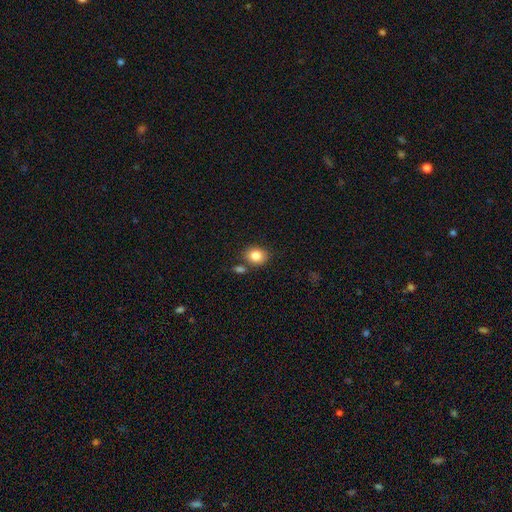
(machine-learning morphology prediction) smooth 84%, star or artifact 9%, featured or disk 7%. Down the decision tree: how rounded — round (56%); merging — none (72%).